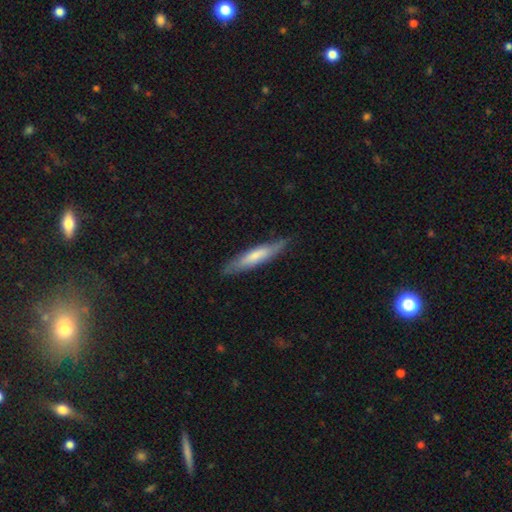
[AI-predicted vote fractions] This is likely a smooth galaxy (61%). How rounded: clearly cigar-shaped (85%). Merging: likely none (79%).